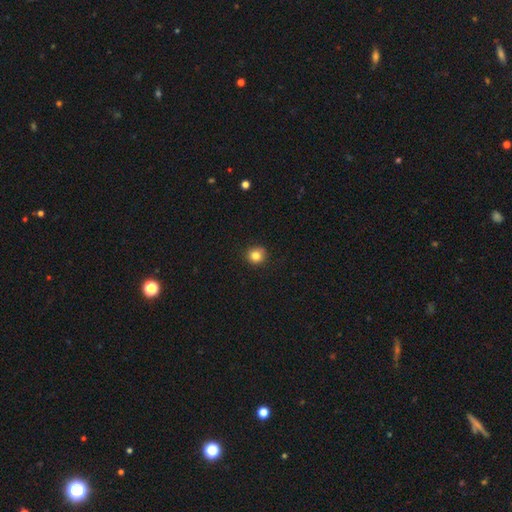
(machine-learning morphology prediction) Q: Smooth or featured?
A: smooth (83%); runner-up: star or artifact (12%)
Q: How rounded?
A: round (91%); runner-up: in between (8%)
Q: Merging?
A: none (87%); runner-up: minor disturbance (10%)